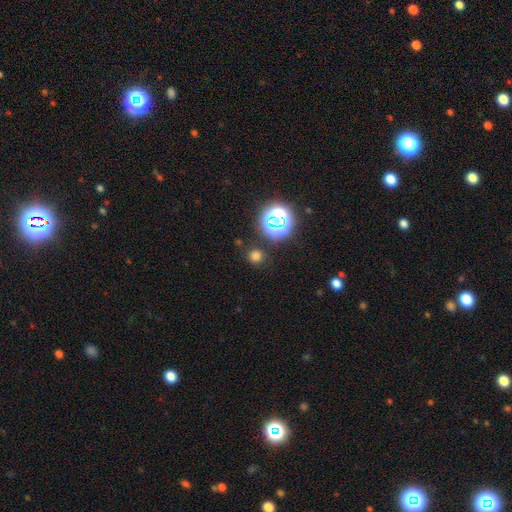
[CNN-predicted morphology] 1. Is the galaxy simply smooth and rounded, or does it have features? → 67% smooth, 28% star or artifact, 6% featured or disk.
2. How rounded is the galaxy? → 87% round, 12% in between, 1% cigar-shaped.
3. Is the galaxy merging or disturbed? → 84% none, 9% minor disturbance, 3% major disturbance, 3% merger.